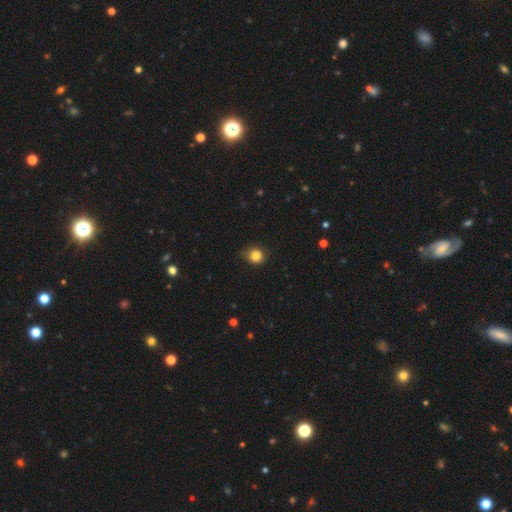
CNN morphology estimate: smooth_or_featured: smooth (p=0.84) [alt: star or artifact p=0.11]
how_rounded: round (p=0.81) [alt: in between p=0.18]
merging: none (p=0.78) [alt: minor disturbance p=0.18]